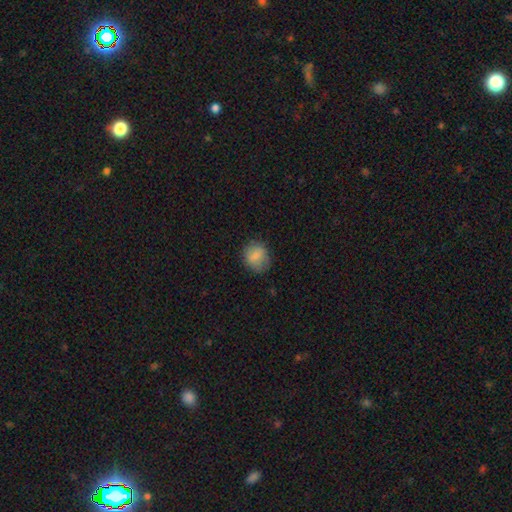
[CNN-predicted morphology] This appears to be a smooth galaxy with no disk features (82%) that is round (67%). Merging: none (78%).